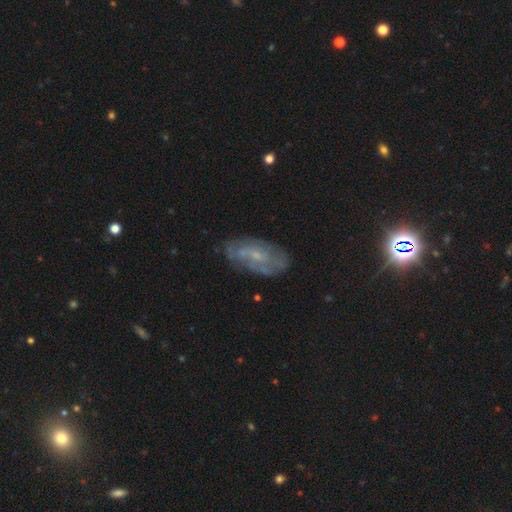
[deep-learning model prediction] Morphology: type=featured or disk (66%); edge-on=no (91%); bar=no (61%); spiral arms=yes (73%); bulge=small (67%); merging=none (73%).